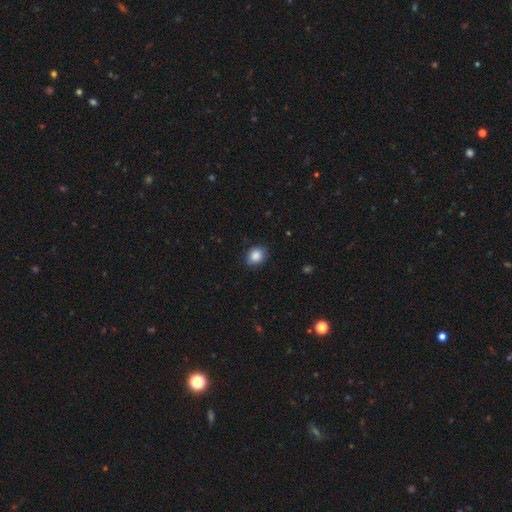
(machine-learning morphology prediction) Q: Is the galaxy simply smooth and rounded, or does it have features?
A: smooth — 87%.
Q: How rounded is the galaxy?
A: round — 57%.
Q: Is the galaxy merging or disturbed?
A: none — 83%.